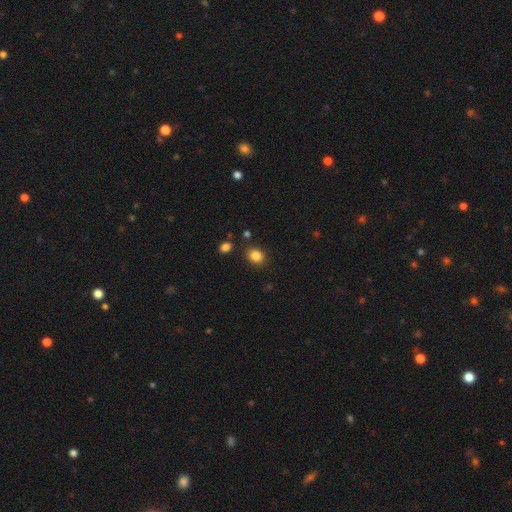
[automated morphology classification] A smooth galaxy with no disk features (85%) that is round (61%).

Vote fractions:
- Smooth or featured? smooth: 85% / star or artifact: 11% / featured or disk: 5%
- How rounded? round: 61% / in between: 38% / cigar-shaped: 1%
- Merging? none: 84% / minor disturbance: 9% / merger: 4% / major disturbance: 3%